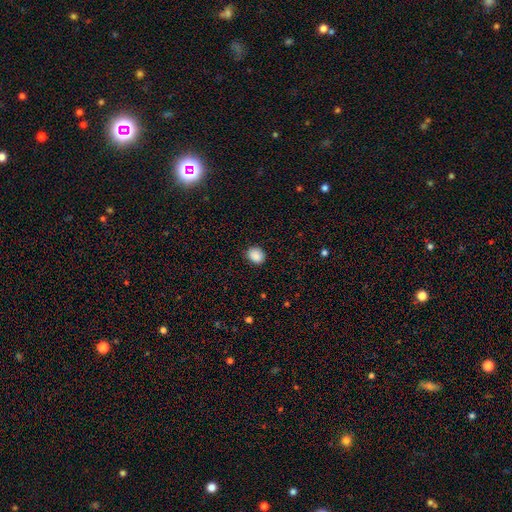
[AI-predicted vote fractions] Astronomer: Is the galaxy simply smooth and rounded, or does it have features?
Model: smooth — 89%.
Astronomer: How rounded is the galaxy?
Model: in between — 50% (runner-up: round, 49%).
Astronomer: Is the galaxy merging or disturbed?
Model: none — 85%.